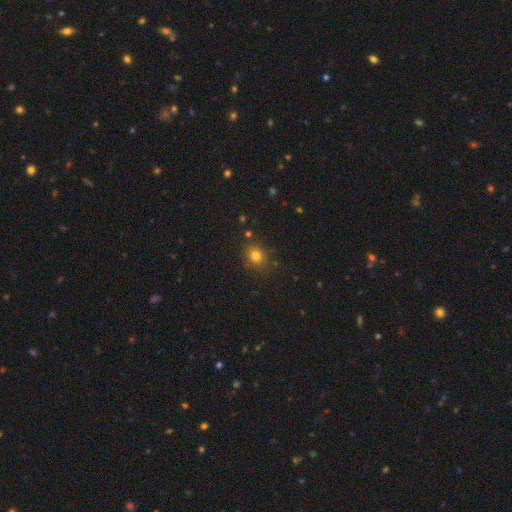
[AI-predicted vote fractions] Smooth or featured: smooth — 78% (star or artifact — 15%)
How rounded: round — 66% (in between — 33%)
Merging: none — 83% (minor disturbance — 11%)